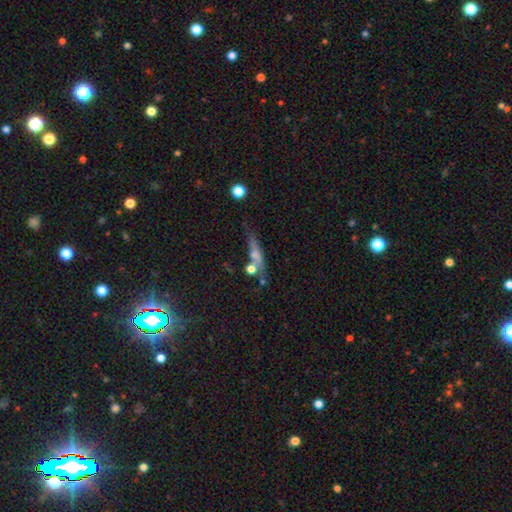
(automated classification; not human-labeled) This appears to be a smooth galaxy with no disk features (51%) that is cigar-shaped (67%). Merging: none (54%).